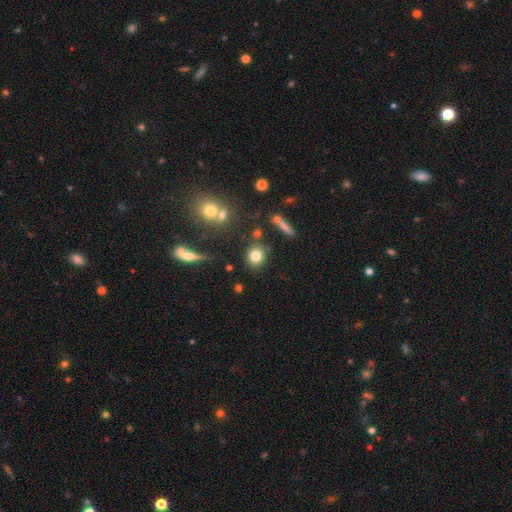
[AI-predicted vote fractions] This is likely a smooth galaxy (79%). How rounded: likely round (79%). Merging: likely none (78%).